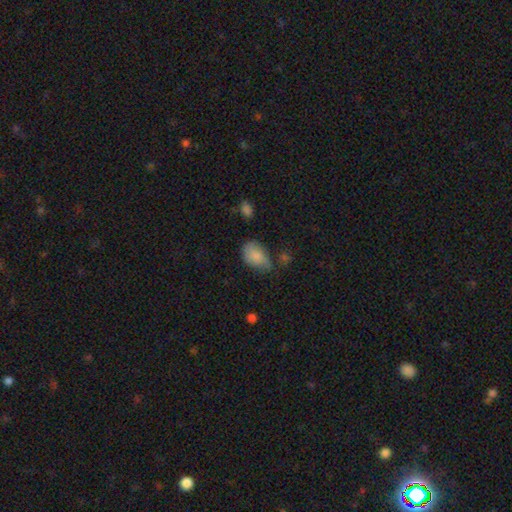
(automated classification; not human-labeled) smooth 82%, featured or disk 10%, star or artifact 8%. Down the decision tree: how rounded — in between (84%); merging — none (43%).